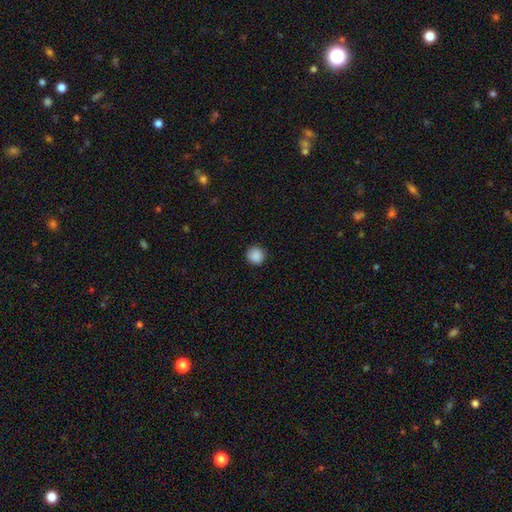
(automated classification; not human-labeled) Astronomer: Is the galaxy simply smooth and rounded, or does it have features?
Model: smooth — 88%.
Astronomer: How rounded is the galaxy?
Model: round — 94%.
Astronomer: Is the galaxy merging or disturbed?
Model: none — 91%.